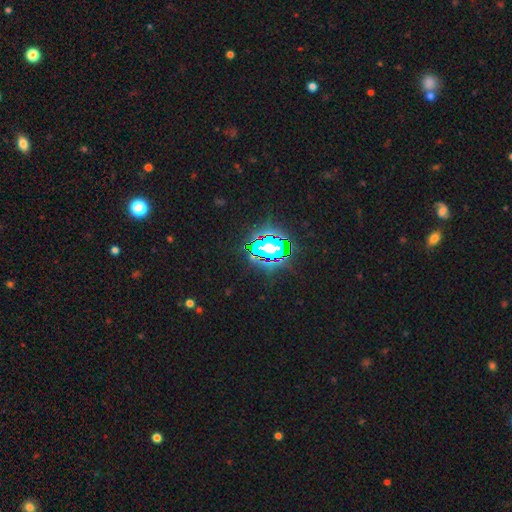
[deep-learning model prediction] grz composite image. It shows a star or artifact, not a galaxy (77%).